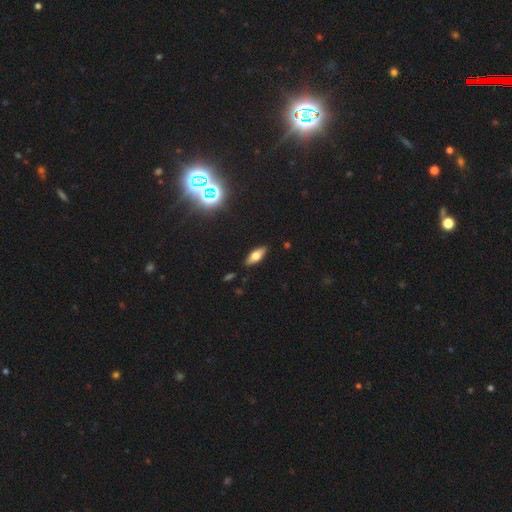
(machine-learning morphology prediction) Smooth or featured? smooth (58%)
How rounded? in between (71%)
Merging? none (87%)